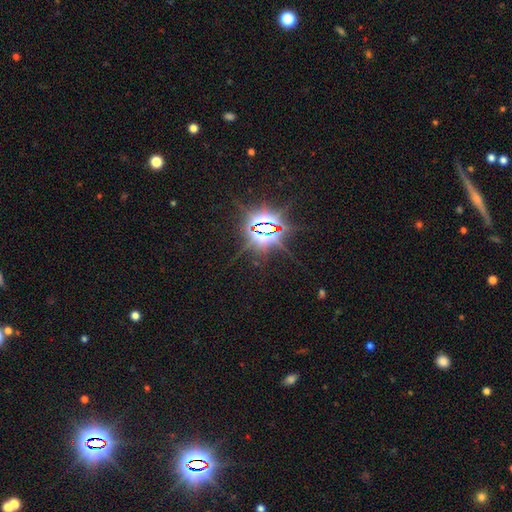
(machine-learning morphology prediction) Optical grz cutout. It shows a star or artifact, not a galaxy (82%).